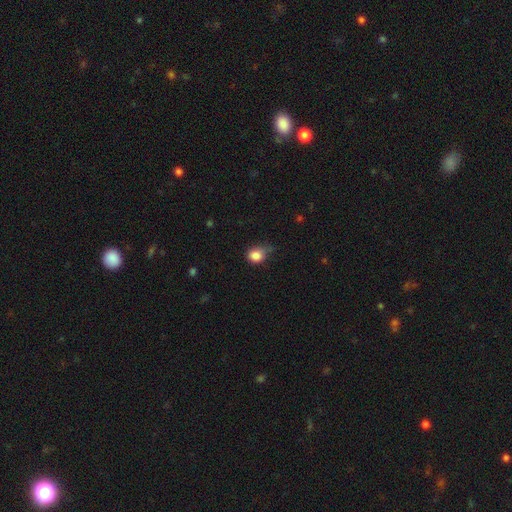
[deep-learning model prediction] A smooth galaxy with no disk features (84%) that is round (64%). Merging: none (50%).